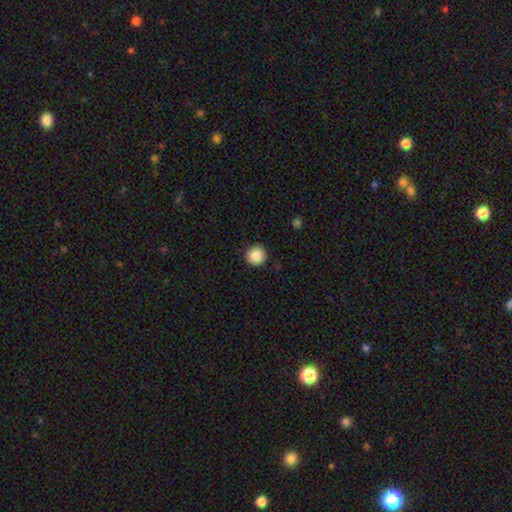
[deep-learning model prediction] This is clearly a smooth galaxy (87%). How rounded: clearly round (96%). Merging: clearly none (92%).